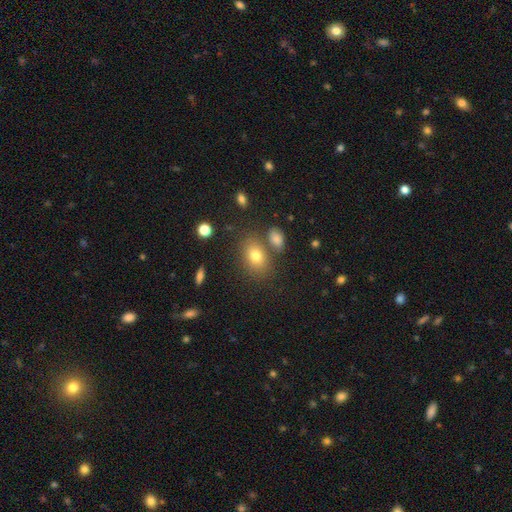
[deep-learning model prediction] smooth 76%, star or artifact 12%, featured or disk 12%. Down the decision tree: how rounded — in between (73%); merging — none (70%).